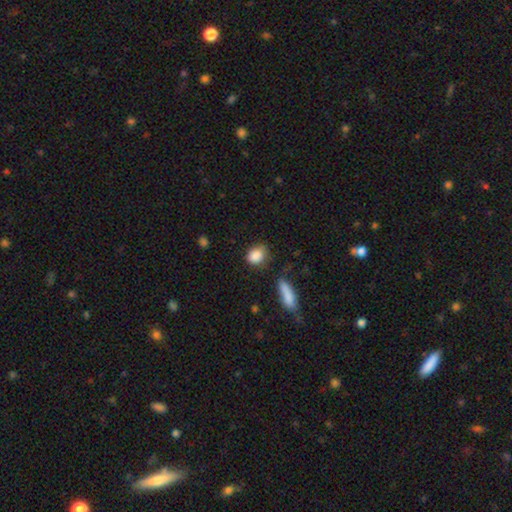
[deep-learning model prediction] smooth_or_featured: smooth (p=0.87) [alt: star or artifact p=0.08]
how_rounded: in between (p=0.58) [alt: round p=0.40]
merging: none (p=0.67) [alt: minor disturbance p=0.22]